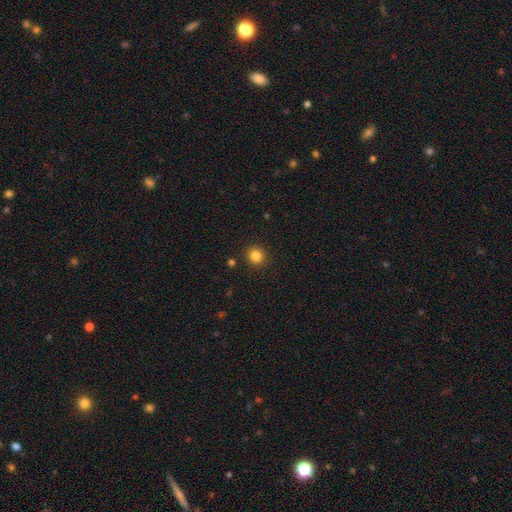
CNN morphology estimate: type=smooth (84%); roundness=round (88%); merging=none (91%).